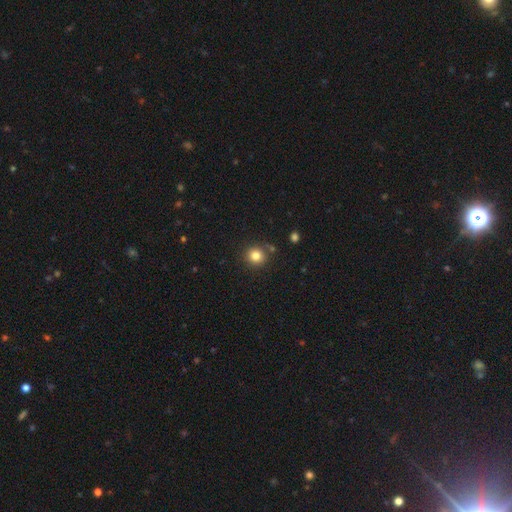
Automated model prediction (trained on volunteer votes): Smooth or featured? smooth (82%)
How rounded? round (90%)
Merging? none (81%)